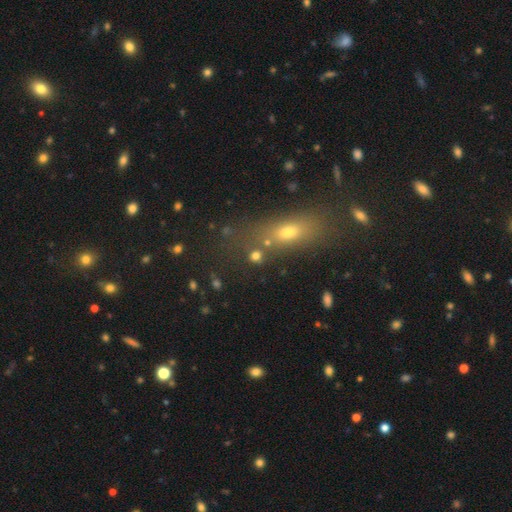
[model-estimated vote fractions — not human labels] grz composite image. It shows a smooth galaxy with no disk features (73%) that is round (67%). Merging: none (65%).